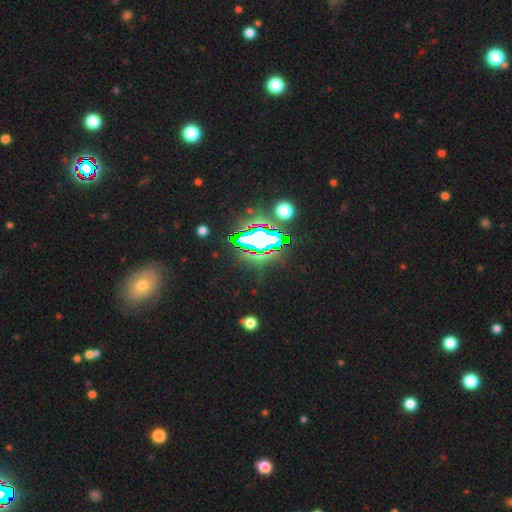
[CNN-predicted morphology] Overall: star or artifact (81%).